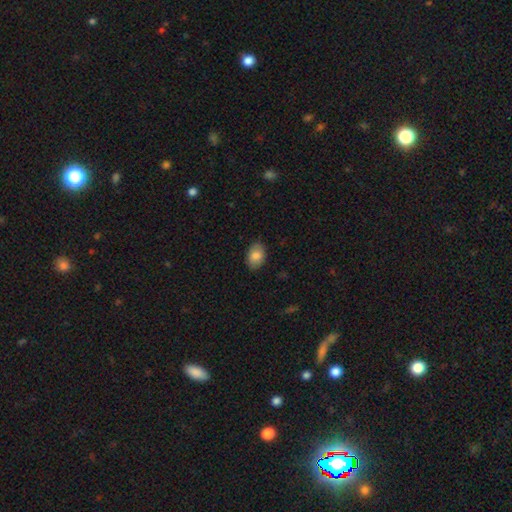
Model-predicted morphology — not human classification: type=smooth (85%); roundness=in between (83%); merging=none (86%).